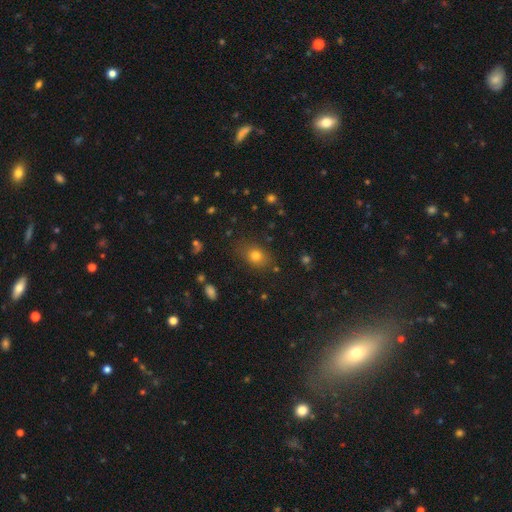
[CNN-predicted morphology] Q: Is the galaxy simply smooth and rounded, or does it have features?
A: smooth — 76%.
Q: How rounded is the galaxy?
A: in between — 60%.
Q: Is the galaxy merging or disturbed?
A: none — 79%.